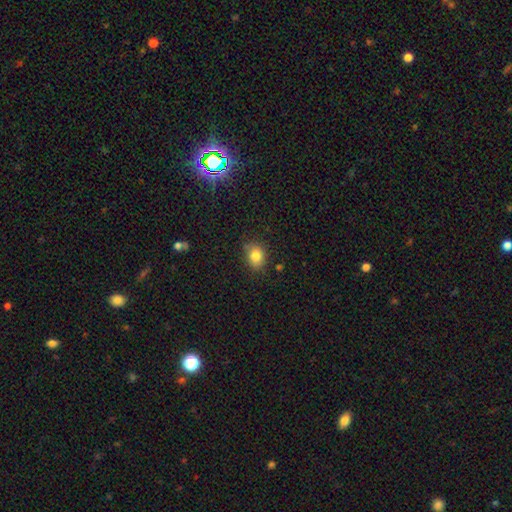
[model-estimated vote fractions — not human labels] This is clearly a smooth galaxy (83%). How rounded: possibly in between (53%). Merging: likely none (77%).